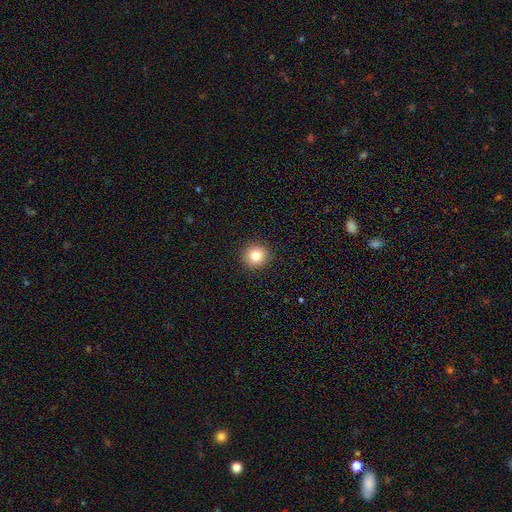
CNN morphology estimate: The model was most divided on "smooth or featured": smooth: 82%, star or artifact: 11%, featured or disk: 7%. More confident: how rounded — round (93%); merging — none (92%).